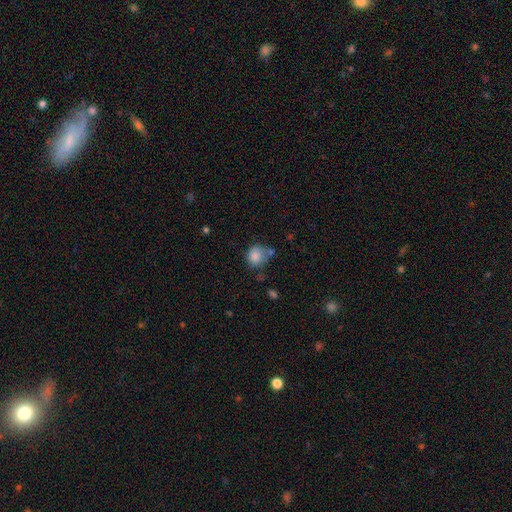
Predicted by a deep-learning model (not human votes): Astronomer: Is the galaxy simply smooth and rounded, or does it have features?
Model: smooth — 83%.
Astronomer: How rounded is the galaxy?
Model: round — 76%.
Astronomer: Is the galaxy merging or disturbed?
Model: none — 51%.